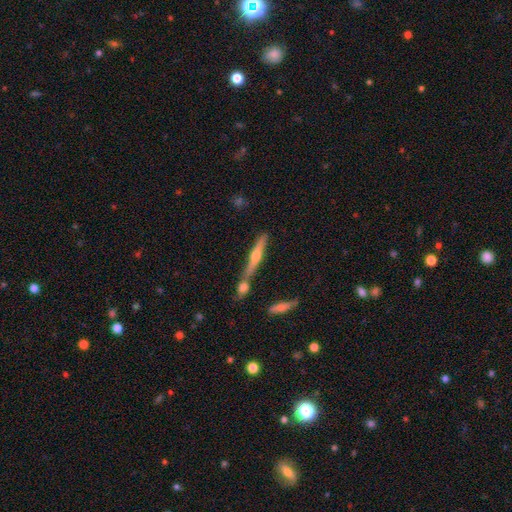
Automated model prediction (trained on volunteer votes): Smooth or featured?
  - featured or disk: 66% *
  - smooth: 27%
  - star or artifact: 7%
Edge-on disk?
  - yes: 96% *
  - no: 4%
Edge-on bulge?
  - rounded: 88% *
  - none: 7%
  - boxy: 5%
Merging?
  - none: 63% *
  - merger: 22%
  - minor disturbance: 11%
  - major disturbance: 3%